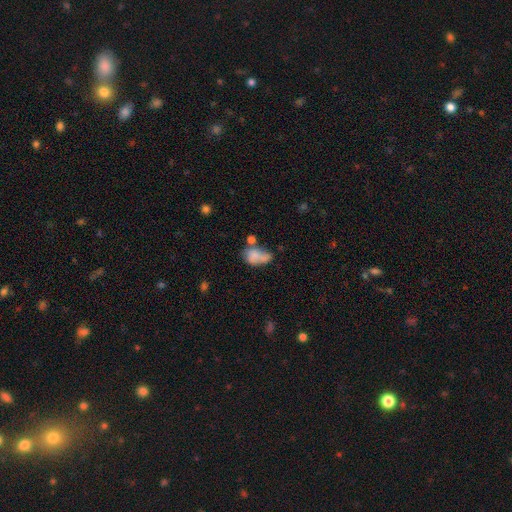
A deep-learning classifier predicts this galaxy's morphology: smooth 69%, featured or disk 20%, star or artifact 11%. Down the decision tree: how rounded — in between (80%); merging — merger (37%).